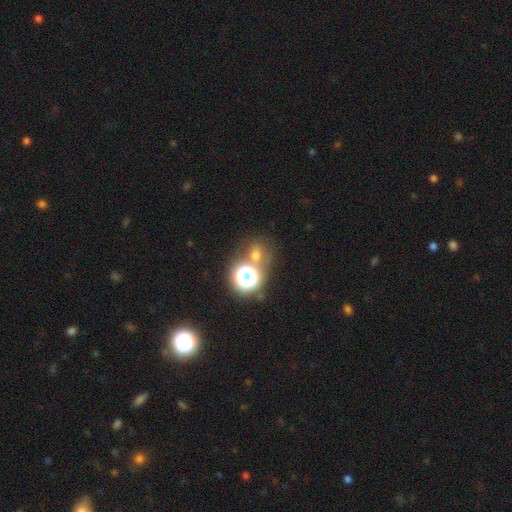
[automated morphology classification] type=smooth (47%); merging=none (58%).